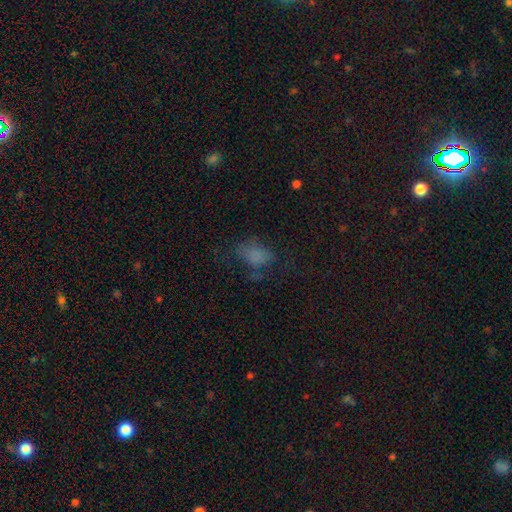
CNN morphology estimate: Smooth or featured?
  - smooth: 66% *
  - star or artifact: 18%
  - featured or disk: 16%
How rounded?
  - in between: 79% *
  - round: 19%
  - cigar-shaped: 2%
Merging?
  - none: 43% *
  - major disturbance: 29%
  - minor disturbance: 25%
  - merger: 3%